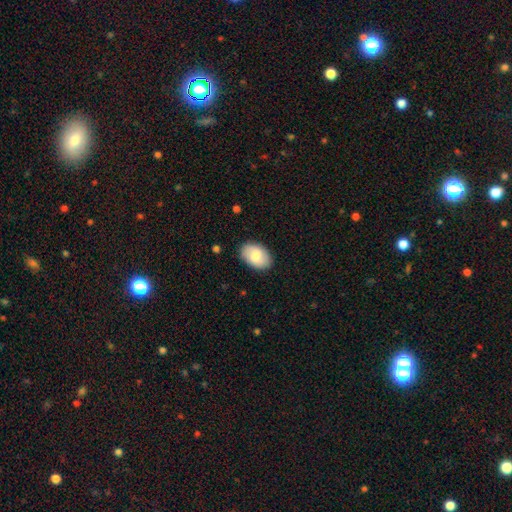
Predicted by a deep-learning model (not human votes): This is likely a smooth galaxy (78%). How rounded: clearly in between (89%). Merging: clearly none (87%).